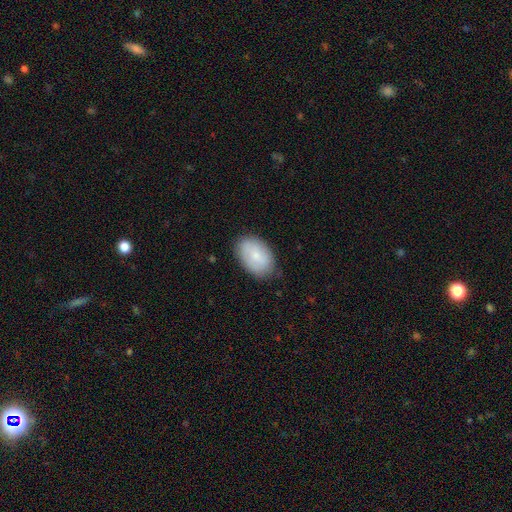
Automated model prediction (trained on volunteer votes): smooth_or_featured: smooth (p=0.77) [alt: featured or disk p=0.17]
how_rounded: in between (p=0.89) [alt: round p=0.09]
merging: none (p=0.80) [alt: minor disturbance p=0.16]